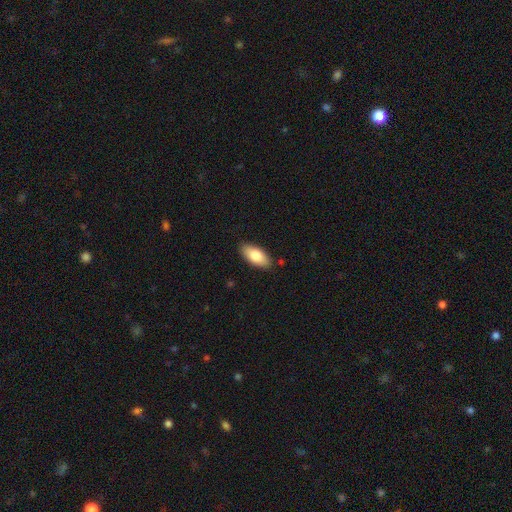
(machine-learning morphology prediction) A smooth galaxy with no disk features (80%) that is in between round and cigar-shaped (89%). Merging: none (87%).